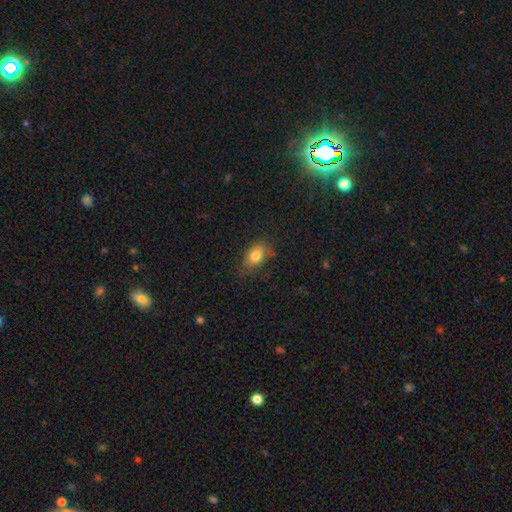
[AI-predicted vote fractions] The model was most divided on "merging": none: 67%, minor disturbance: 24%, major disturbance: 7%, merger: 2%. More confident: how rounded — in between (85%); smooth or featured — smooth (80%).